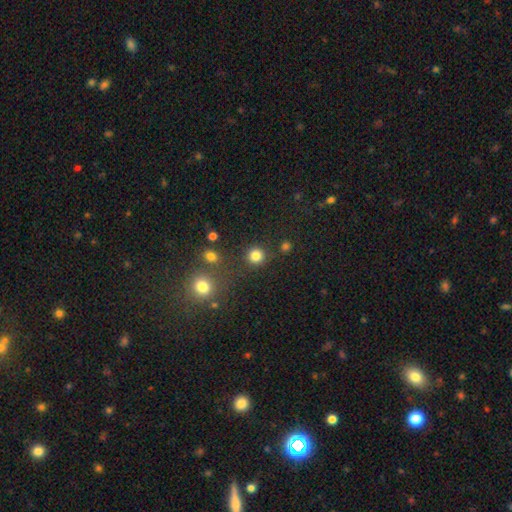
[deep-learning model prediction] Morphology: type=smooth (84%); roundness=round (93%); merging=none (86%).